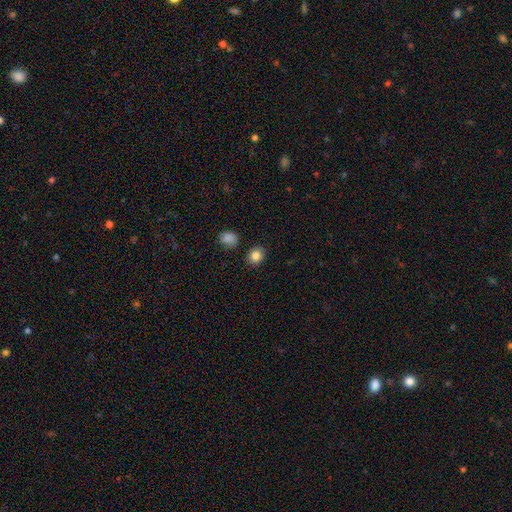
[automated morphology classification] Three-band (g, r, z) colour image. It shows a smooth galaxy with no disk features (85%) that is round (62%). Merging: none (87%).